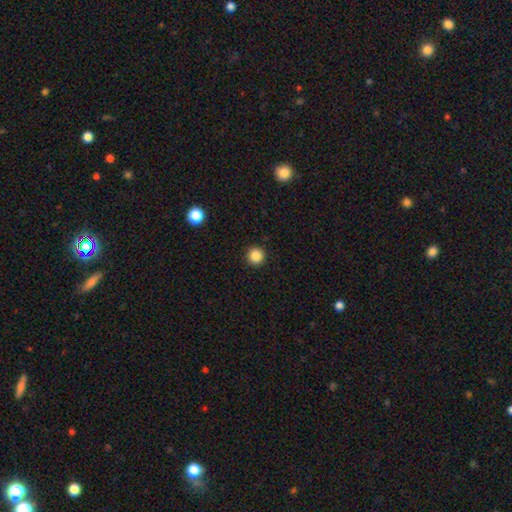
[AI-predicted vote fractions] A smooth galaxy with no disk features (86%) that is round (96%).

Vote fractions:
- Smooth or featured? smooth: 86% / star or artifact: 11% / featured or disk: 3%
- How rounded? round: 96% / in between: 3% / cigar-shaped: 1%
- Merging? none: 93% / minor disturbance: 4% / major disturbance: 2% / merger: 1%